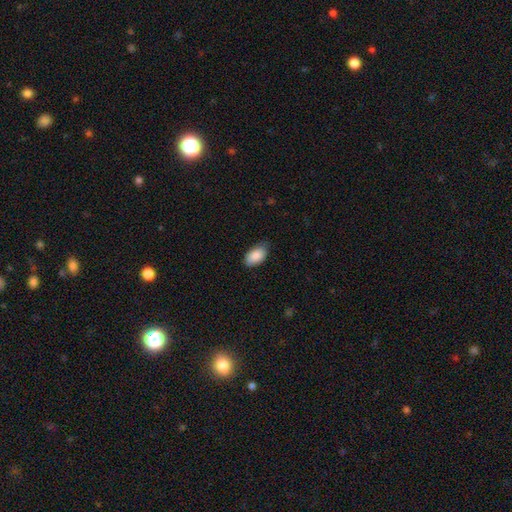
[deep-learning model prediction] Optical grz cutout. It shows a smooth galaxy with no disk features (88%) that is in between round and cigar-shaped (94%). Merging: none (74%).